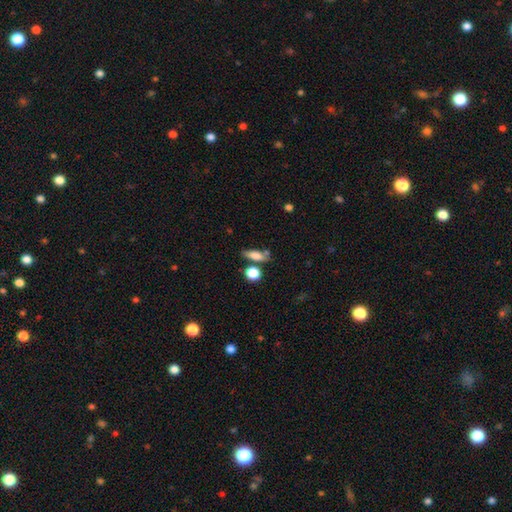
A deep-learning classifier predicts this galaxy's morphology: type=smooth (76%); roundness=in between (53%); merging=none (65%).